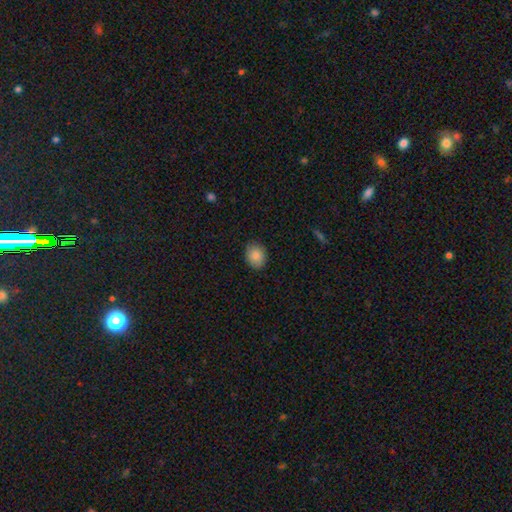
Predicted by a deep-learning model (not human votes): Q: Smooth or featured?
A: smooth (86%); runner-up: star or artifact (8%)
Q: How rounded?
A: round (50%); runner-up: in between (49%)
Q: Merging?
A: none (87%); runner-up: minor disturbance (10%)